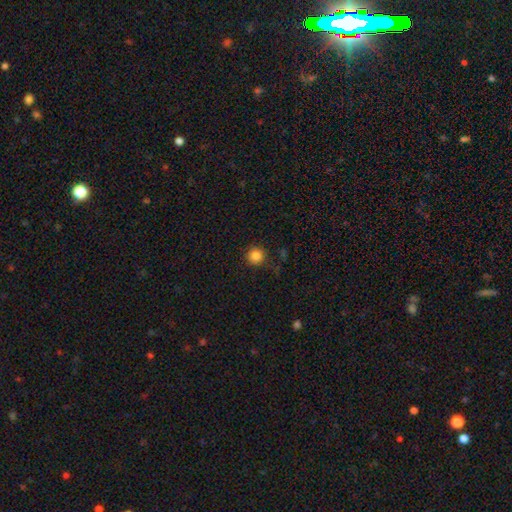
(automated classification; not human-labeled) Smooth or featured? Predicted: smooth (p=0.84). How rounded? Predicted: round (p=0.95). Merging? Predicted: none (p=0.87).